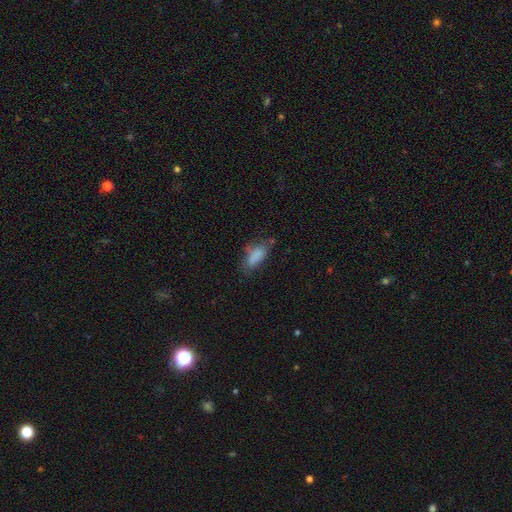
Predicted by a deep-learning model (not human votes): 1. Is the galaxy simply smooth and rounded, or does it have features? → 79% smooth, 11% featured or disk, 10% star or artifact.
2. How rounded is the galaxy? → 82% in between, 15% cigar-shaped, 3% round.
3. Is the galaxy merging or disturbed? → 50% none, 29% minor disturbance, 15% major disturbance, 6% merger.